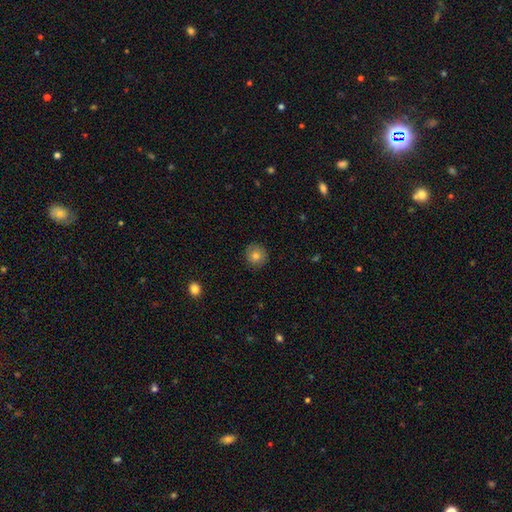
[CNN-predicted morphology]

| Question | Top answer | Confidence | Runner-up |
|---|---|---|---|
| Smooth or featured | smooth | 77% | featured or disk (12%) |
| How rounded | round | 93% | in between (6%) |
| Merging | none | 87% | minor disturbance (10%) |